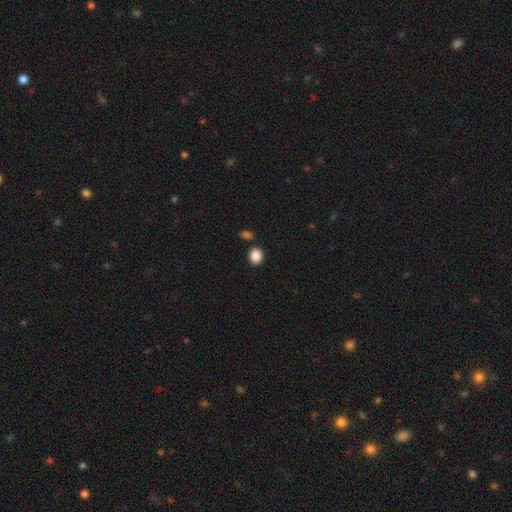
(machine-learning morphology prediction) type=smooth (88%); roundness=round (66%); merging=none (83%).